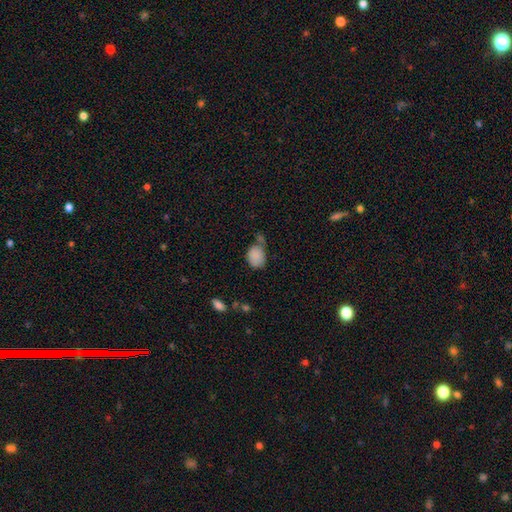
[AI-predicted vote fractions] Q: Smooth or featured?
A: smooth (85%); runner-up: star or artifact (8%)
Q: How rounded?
A: in between (63%); runner-up: round (36%)
Q: Merging?
A: none (42%); runner-up: minor disturbance (27%)